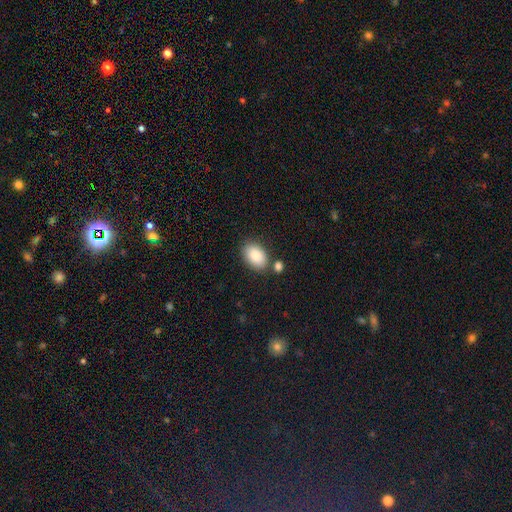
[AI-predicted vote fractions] smooth 87%, star or artifact 7%, featured or disk 6%. Down the decision tree: how rounded — in between (91%); merging — none (75%).